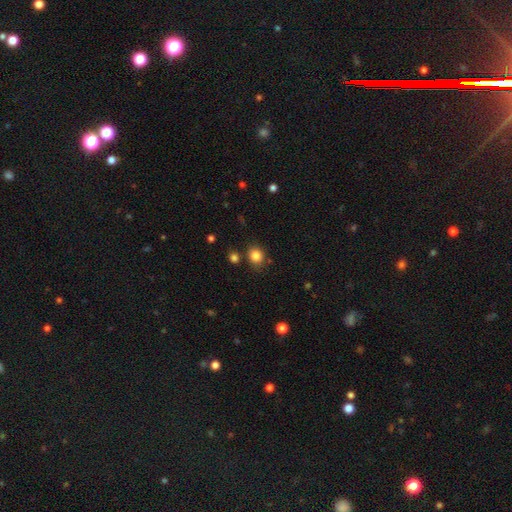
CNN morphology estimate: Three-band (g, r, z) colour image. It shows a smooth galaxy with no disk features (84%) that is round (76%). Merging: none (81%).